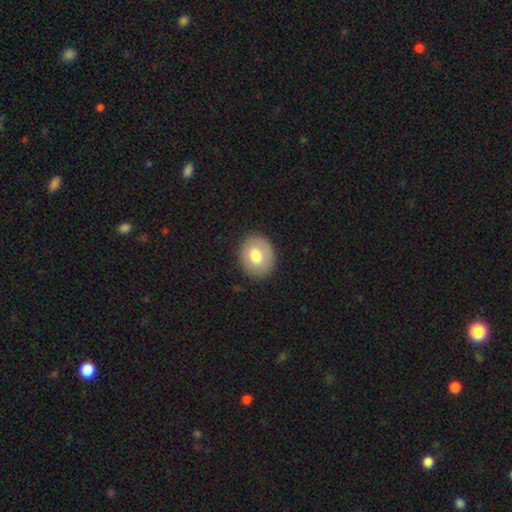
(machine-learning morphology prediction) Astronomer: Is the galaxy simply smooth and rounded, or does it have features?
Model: smooth — 74%.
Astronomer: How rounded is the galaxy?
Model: round — 59% (runner-up: in between, 40%).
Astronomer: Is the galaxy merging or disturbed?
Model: none — 87%.